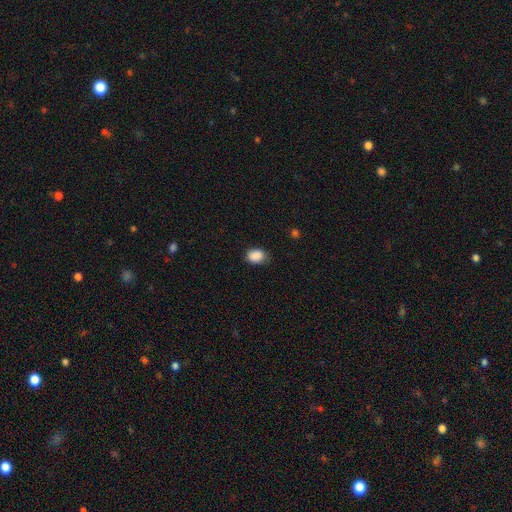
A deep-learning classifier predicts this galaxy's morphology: smooth 89%, star or artifact 8%, featured or disk 3%. Down the decision tree: how rounded — in between (69%); merging — none (73%).